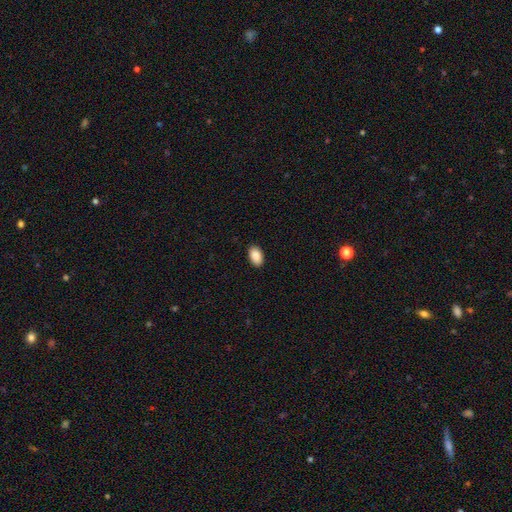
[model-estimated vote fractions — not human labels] A smooth galaxy with no disk features (90%) that is in between round and cigar-shaped (93%).

Vote fractions:
- Smooth or featured? smooth: 90% / star or artifact: 7% / featured or disk: 3%
- How rounded? in between: 93% / round: 5% / cigar-shaped: 1%
- Merging? none: 90% / minor disturbance: 8% / major disturbance: 2% / merger: 1%